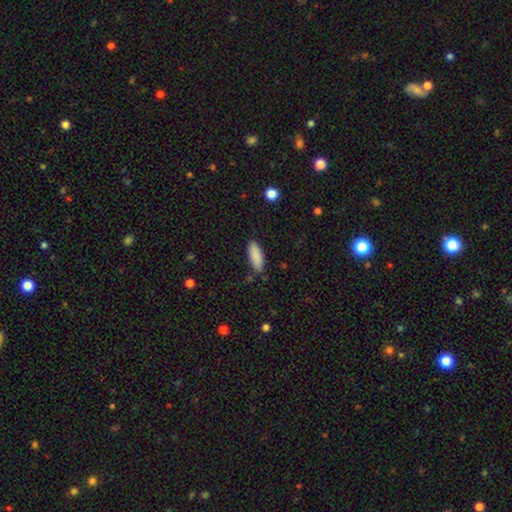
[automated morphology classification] Smooth or featured: smooth — 89% (star or artifact — 7%)
How rounded: in between — 70% (cigar-shaped — 28%)
Merging: none — 79% (minor disturbance — 16%)